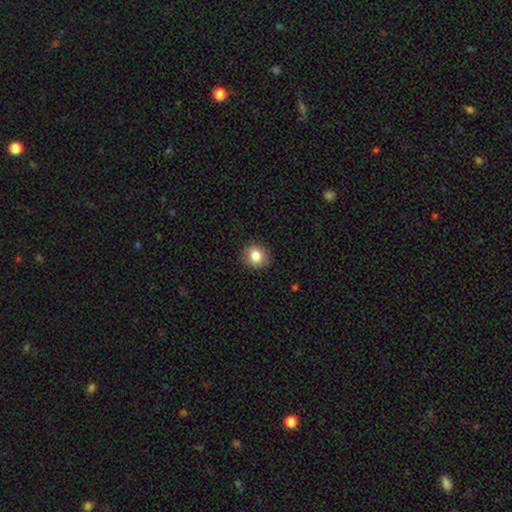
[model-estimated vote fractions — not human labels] A smooth galaxy with no disk features (85%) that is round (88%).

Vote fractions:
- Smooth or featured? smooth: 85% / star or artifact: 10% / featured or disk: 6%
- How rounded? round: 88% / in between: 12% / cigar-shaped: 1%
- Merging? none: 91% / minor disturbance: 6% / major disturbance: 2% / merger: 1%